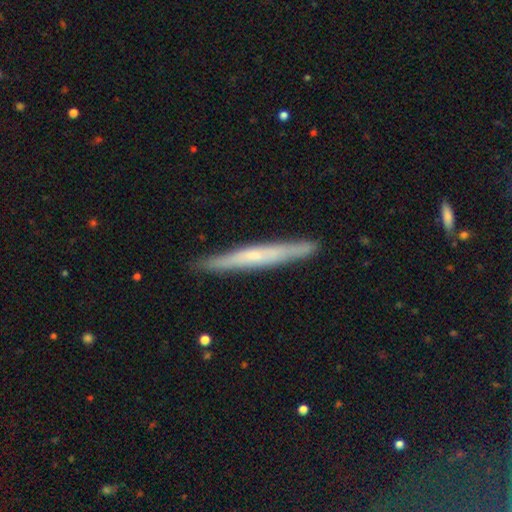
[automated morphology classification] This is possibly a featured or disk galaxy (53%). It is clearly viewed edge-on (94%). Merging: clearly none (89%).